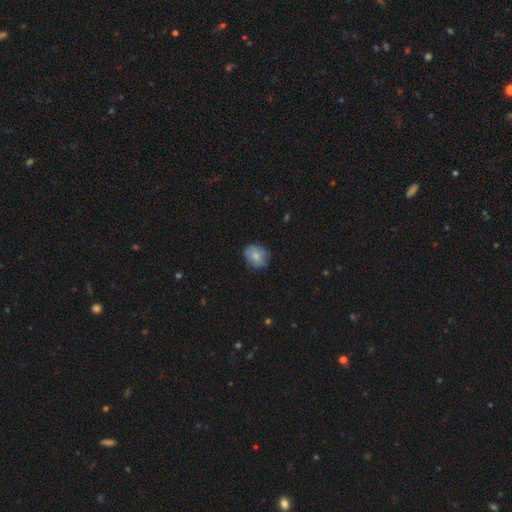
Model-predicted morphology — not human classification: Smooth or featured? Predicted: smooth (p=0.78). How rounded? Predicted: round (p=0.54). Merging? Predicted: none (p=0.78).